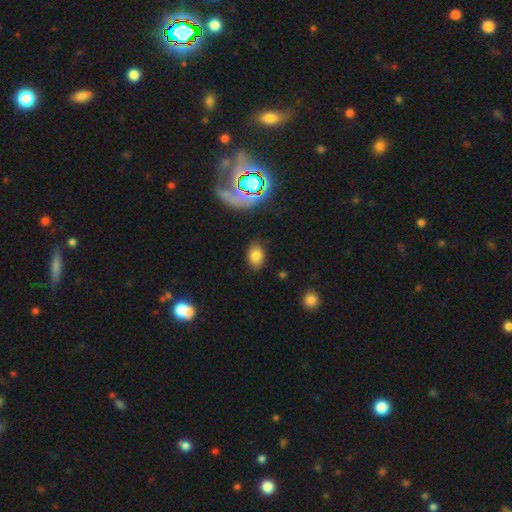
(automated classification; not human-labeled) smooth 79%, star or artifact 12%, featured or disk 9%. Down the decision tree: how rounded — in between (80%); merging — none (80%).